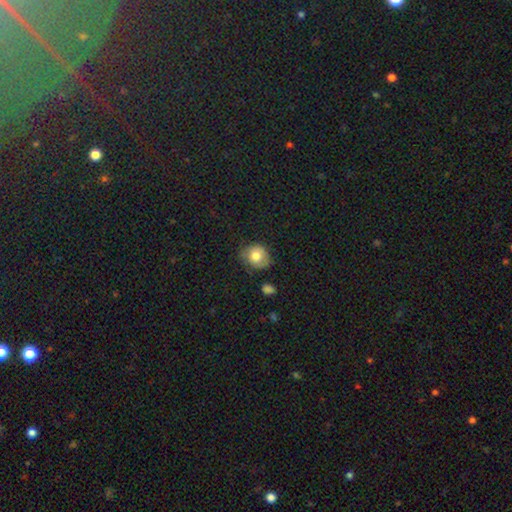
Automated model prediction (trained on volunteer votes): Overall: smooth (75%). How rounded: round (70%). Merging: none (62%; minor disturbance 28%).